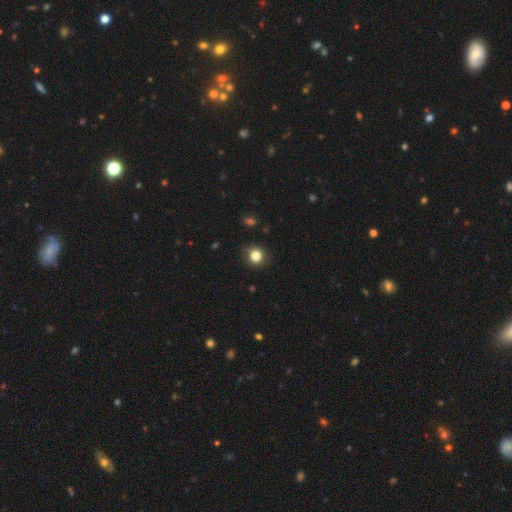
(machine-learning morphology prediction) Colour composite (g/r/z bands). It shows a smooth galaxy with no disk features (82%) that is round (87%). Merging: none (86%).